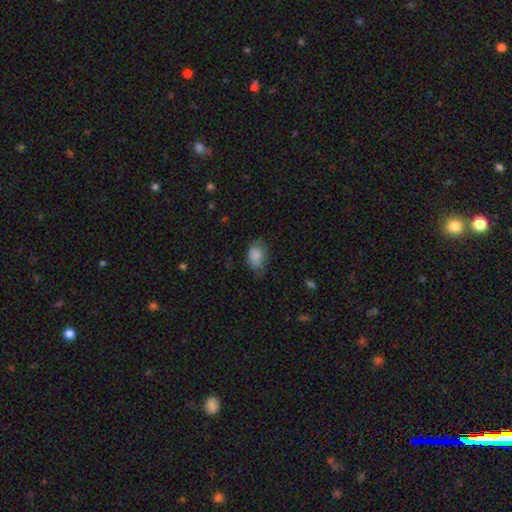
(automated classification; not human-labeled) smooth_or_featured: smooth (p=0.85) [alt: featured or disk p=0.08]
how_rounded: in between (p=0.84) [alt: round p=0.15]
merging: none (p=0.62) [alt: minor disturbance p=0.28]